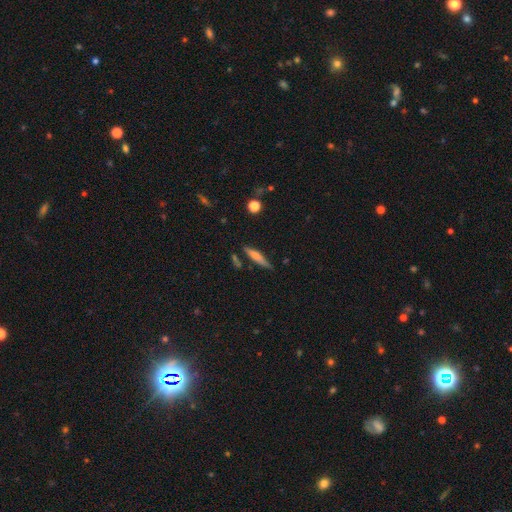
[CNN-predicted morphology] A smooth galaxy with no disk features (51%) that is cigar-shaped (85%). Merging: none (77%).